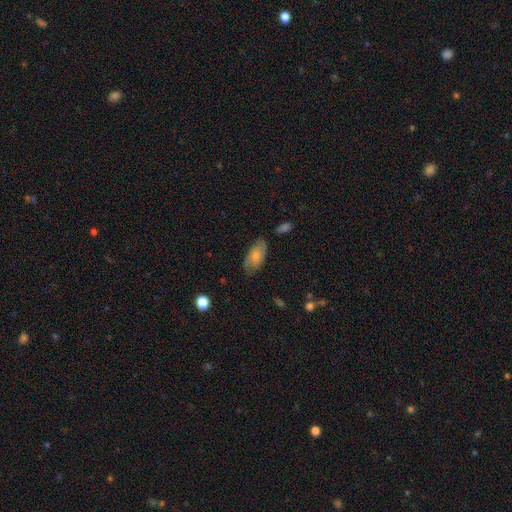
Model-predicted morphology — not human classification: smooth_or_featured: featured or disk (p=0.50) [alt: smooth p=0.43]
disk_edge_on: no (p=0.93) [alt: yes p=0.07]
merging: none (p=0.72) [alt: minor disturbance p=0.20]